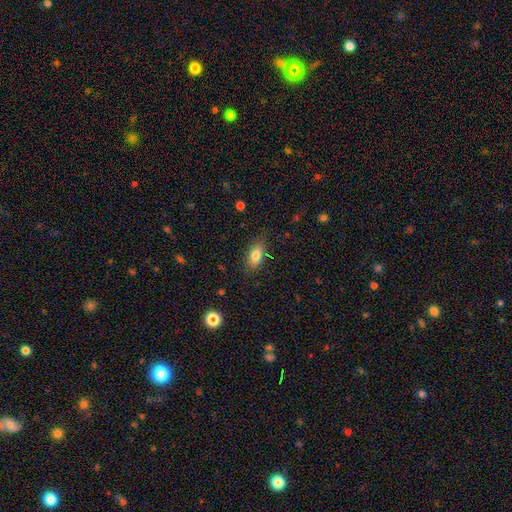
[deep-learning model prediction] Morphology: type=smooth (81%); roundness=in between (86%); merging=none (82%).